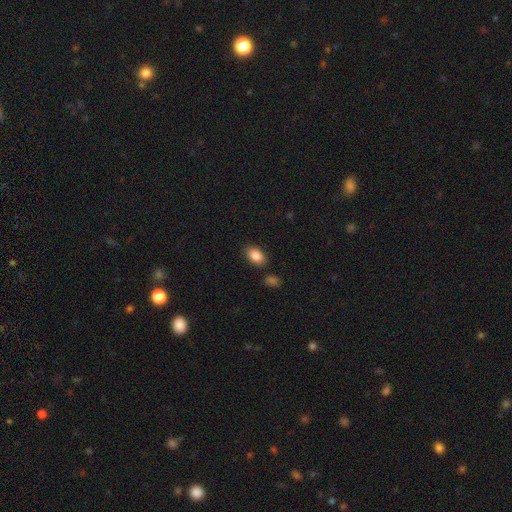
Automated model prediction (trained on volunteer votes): The model was most divided on "merging": none: 83%, minor disturbance: 11%, merger: 4%, major disturbance: 3%. More confident: how rounded — in between (90%); smooth or featured — smooth (87%).